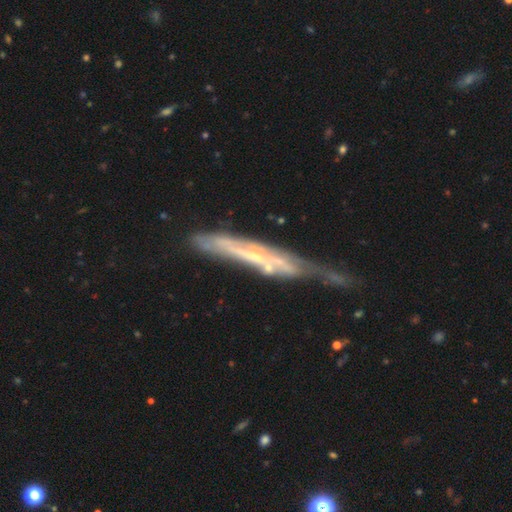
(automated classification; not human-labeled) This is likely a featured or disk galaxy (73%). It is likely viewed edge-on (67%). Merging: marginally none (41%).